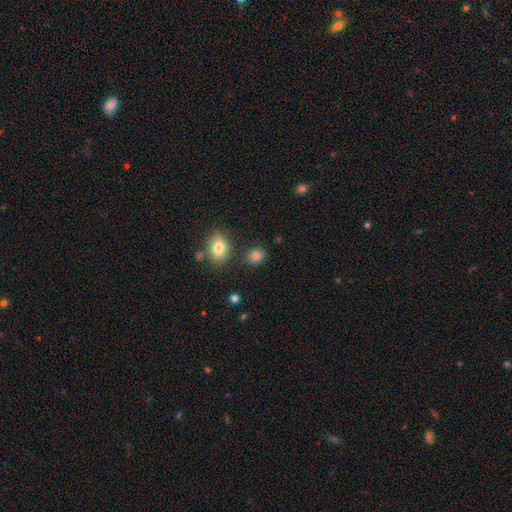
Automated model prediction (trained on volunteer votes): Morphology: type=smooth (83%); roundness=round (71%); merging=none (83%).